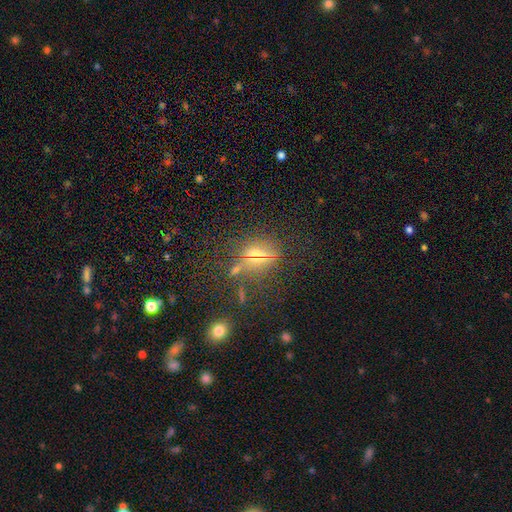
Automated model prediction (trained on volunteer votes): smooth_or_featured: smooth (p=0.44) [alt: star or artifact p=0.39]
merging: none (p=0.71) [alt: minor disturbance p=0.13]